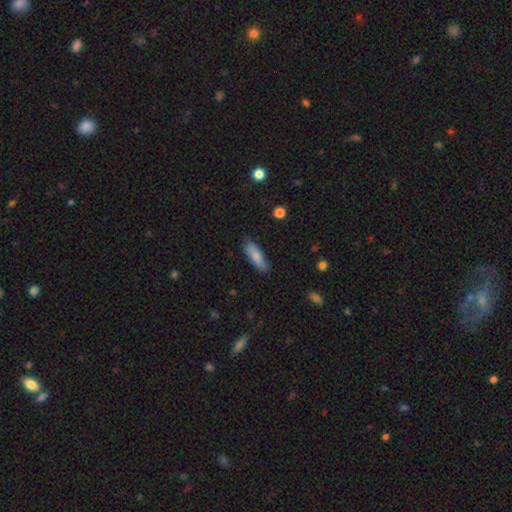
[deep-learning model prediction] Q: Smooth or featured?
A: smooth (80%); runner-up: featured or disk (14%)
Q: How rounded?
A: cigar-shaped (52%); runner-up: in between (46%)
Q: Merging?
A: none (81%); runner-up: minor disturbance (15%)